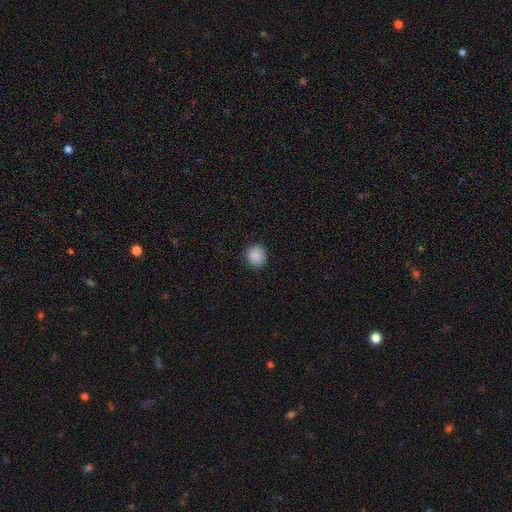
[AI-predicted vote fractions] smooth-or-featured: smooth: 88% | star or artifact: 8% | featured or disk: 3%
  how-rounded: round: 90% | in between: 9% | cigar-shaped: 1%
  merging: none: 91% | minor disturbance: 7% | major disturbance: 2% | merger: 1%